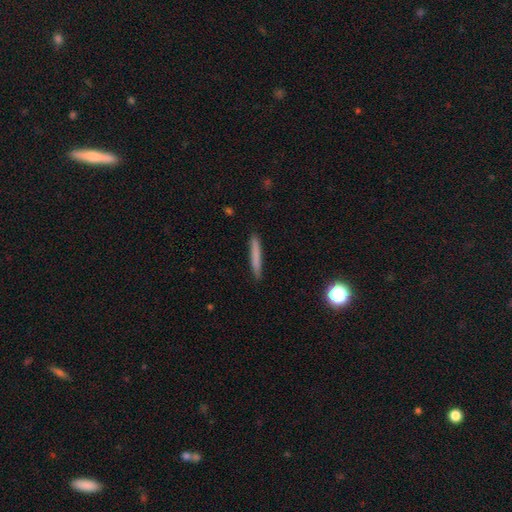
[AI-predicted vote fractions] Smooth or featured? smooth (73%)
How rounded? cigar-shaped (95%)
Merging? none (89%)